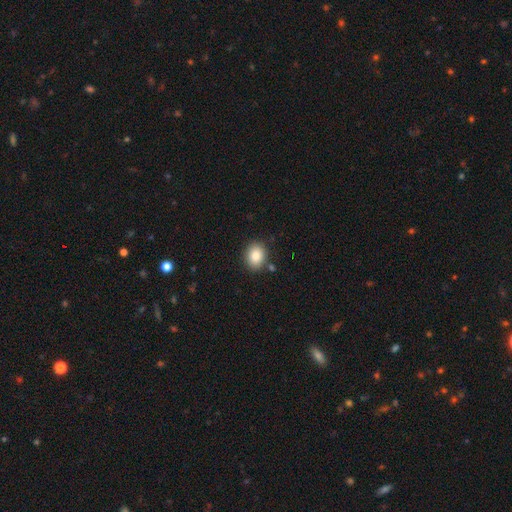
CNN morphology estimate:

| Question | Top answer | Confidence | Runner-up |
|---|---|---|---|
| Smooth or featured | smooth | 85% | star or artifact (9%) |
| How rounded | round | 54% | in between (45%) |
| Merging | none | 84% | minor disturbance (9%) |